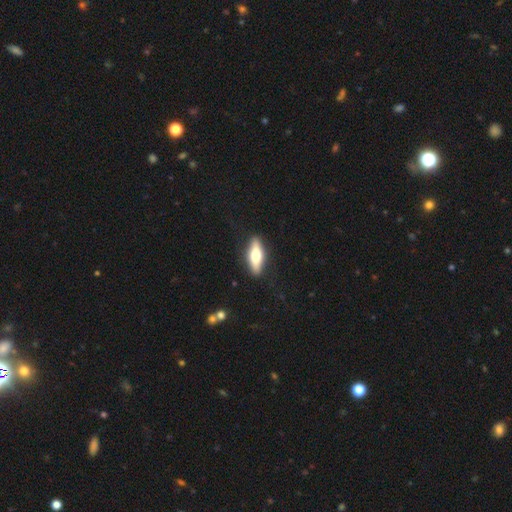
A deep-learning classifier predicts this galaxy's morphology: This appears to be a smooth galaxy with no disk features (54%) that is in between round and cigar-shaped (49%). Merging: none (87%).